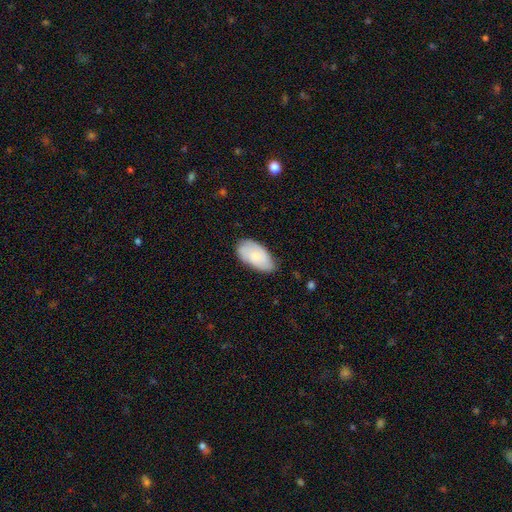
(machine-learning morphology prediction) smooth 73%, featured or disk 21%, star or artifact 6%. Down the decision tree: how rounded — in between (95%); merging — none (62%).